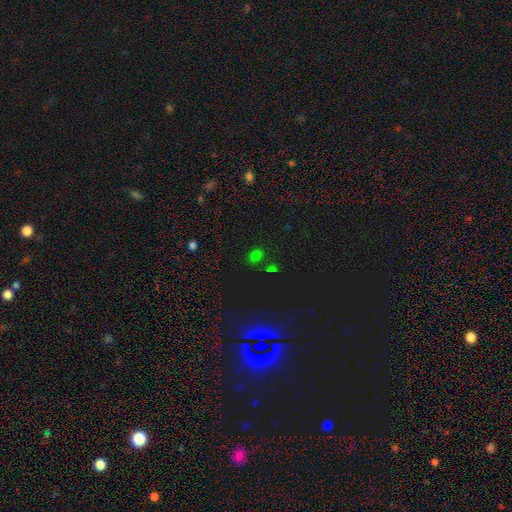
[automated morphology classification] smooth 54%, star or artifact 41%, featured or disk 5%. Down the decision tree: how rounded — in between (53%); merging — none (76%).